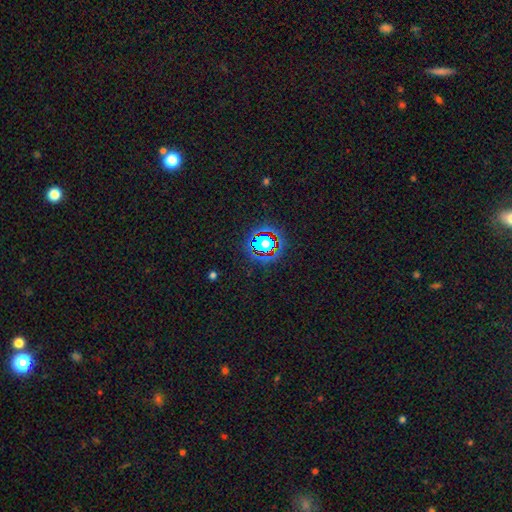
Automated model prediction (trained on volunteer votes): Smooth or featured? star or artifact (79%)